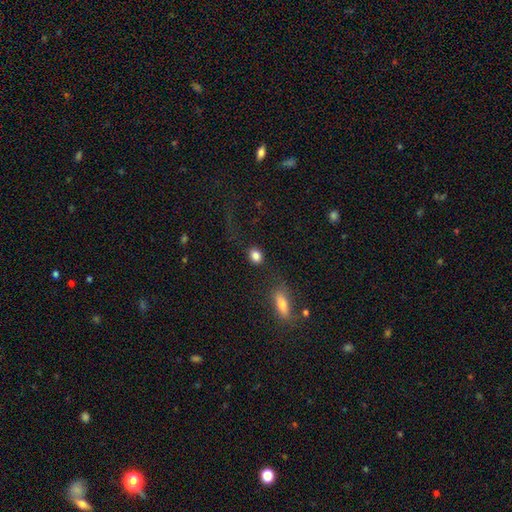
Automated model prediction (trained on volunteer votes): The model was most divided on "how rounded": round: 51%, in between: 46%, cigar-shaped: 2%. More confident: smooth or featured — smooth (84%); merging — none (80%).